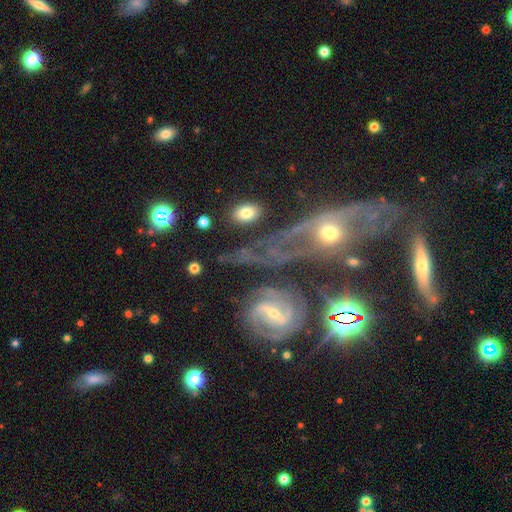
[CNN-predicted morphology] A featured or disk galaxy (72%) with no bar (52%), spiral arms (73%) and a small central bulge (44%, tied with moderate). Merging: none (44%).